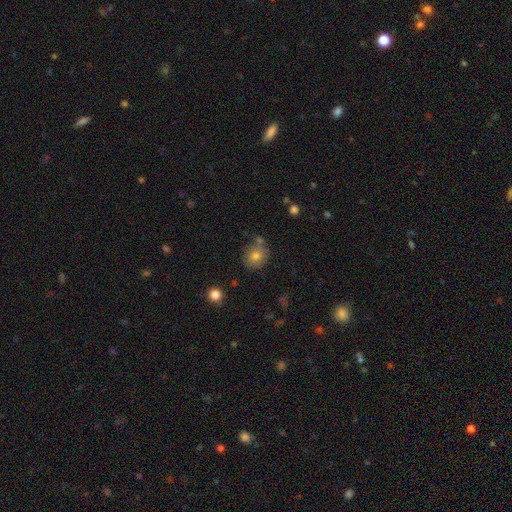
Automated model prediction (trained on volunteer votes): smooth_or_featured: smooth (p=0.76) [alt: star or artifact p=0.13]
how_rounded: round (p=0.78) [alt: in between p=0.21]
merging: none (p=0.72) [alt: minor disturbance p=0.13]